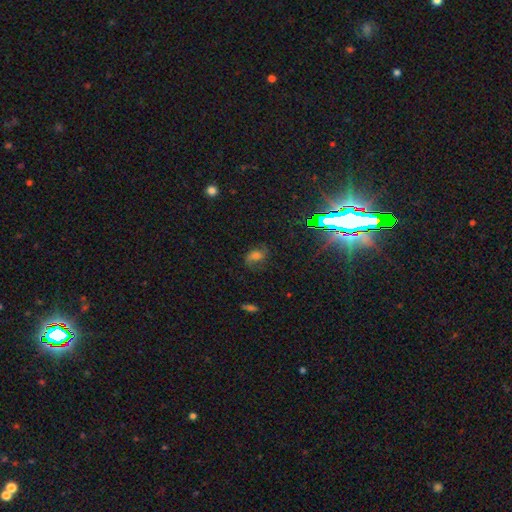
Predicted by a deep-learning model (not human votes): smooth_or_featured: featured or disk (p=0.38) [alt: smooth p=0.37]
merging: none (p=0.63) [alt: minor disturbance p=0.21]